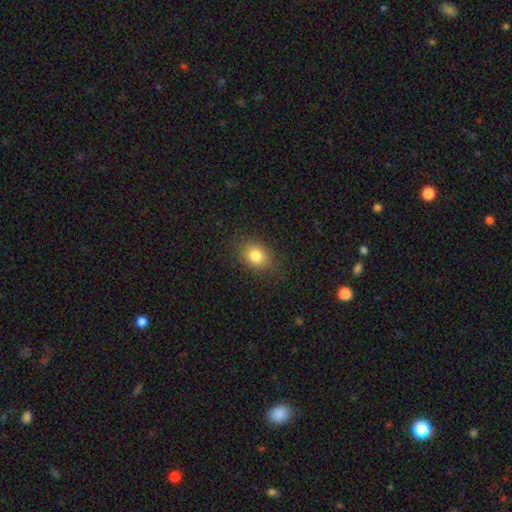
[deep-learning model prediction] Q: Smooth or featured?
A: smooth (82%); runner-up: star or artifact (10%)
Q: How rounded?
A: in between (58%); runner-up: round (41%)
Q: Merging?
A: none (85%); runner-up: minor disturbance (11%)